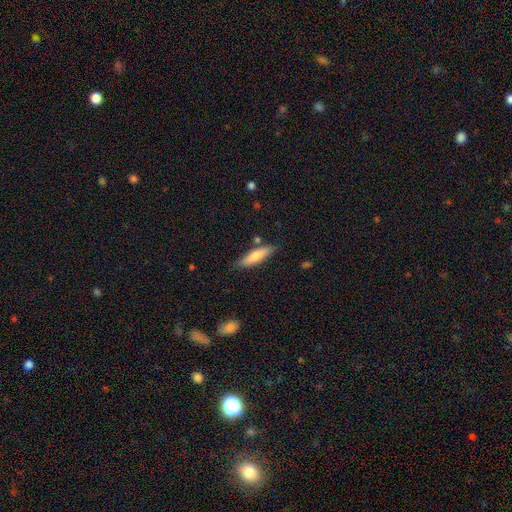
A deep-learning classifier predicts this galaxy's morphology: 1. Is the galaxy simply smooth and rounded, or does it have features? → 68% smooth, 26% featured or disk, 6% star or artifact.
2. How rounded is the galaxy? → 68% cigar-shaped, 30% in between, 2% round.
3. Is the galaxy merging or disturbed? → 80% none, 13% minor disturbance, 4% merger, 2% major disturbance.